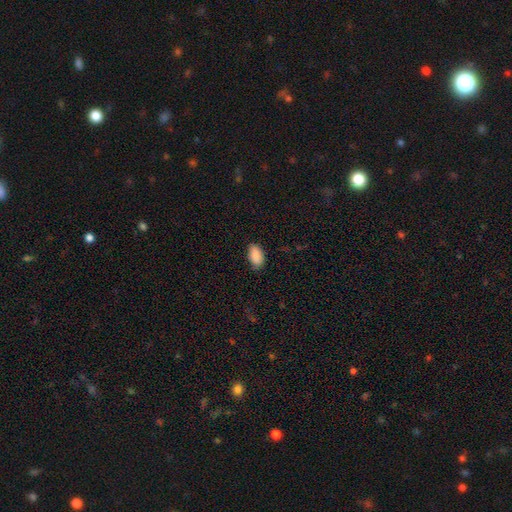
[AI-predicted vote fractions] This appears to be a smooth galaxy with no disk features (89%) that is in between round and cigar-shaped (94%). Merging: none (78%).